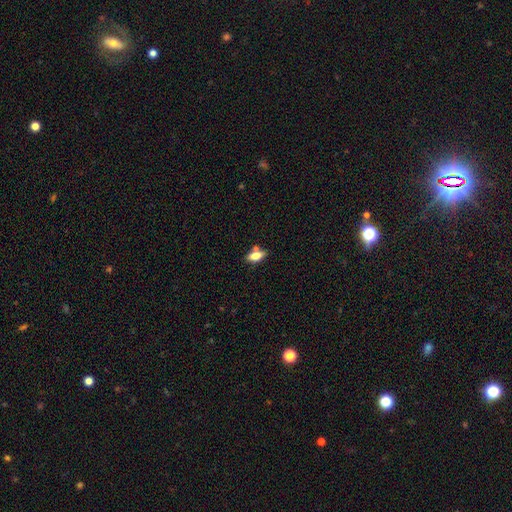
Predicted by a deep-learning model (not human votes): Smooth or featured? smooth (71%)
How rounded? in between (83%)
Merging? none (63%)